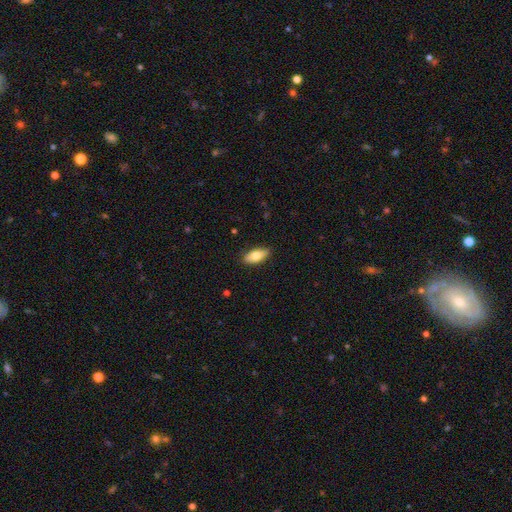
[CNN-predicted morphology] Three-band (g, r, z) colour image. It shows a smooth galaxy with no disk features (77%) that is in between round and cigar-shaped (86%). Merging: none (87%).